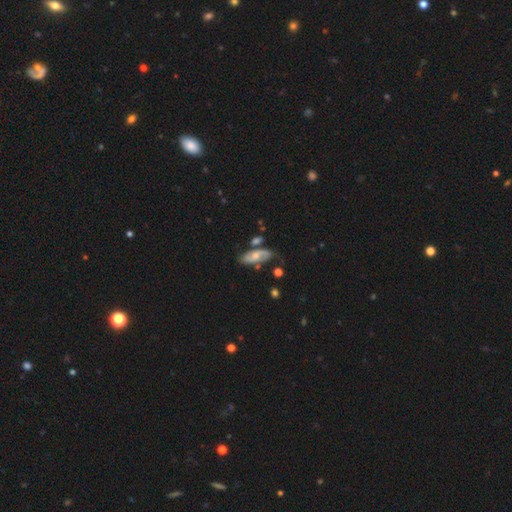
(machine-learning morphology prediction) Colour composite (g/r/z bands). It shows a featured or disk galaxy (63%) with no bar (63%), spiral arms (85%) and a moderate central bulge (49%). Merging: none (59%).